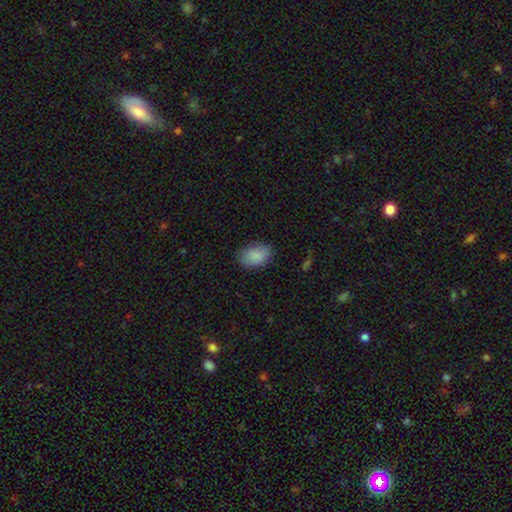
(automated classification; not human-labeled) The model was most divided on "merging": none: 83%, minor disturbance: 13%, major disturbance: 3%, merger: 1%. More confident: smooth or featured — smooth (88%); how rounded — in between (88%).